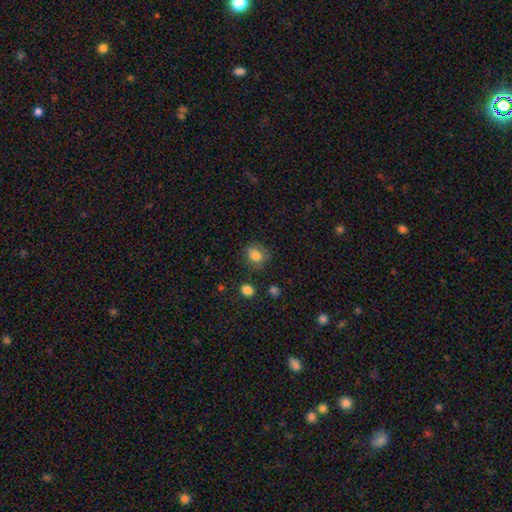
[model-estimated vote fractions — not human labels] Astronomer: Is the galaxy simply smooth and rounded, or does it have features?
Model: smooth — 81%.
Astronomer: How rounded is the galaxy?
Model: round — 64%.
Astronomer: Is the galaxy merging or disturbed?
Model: none — 73%.